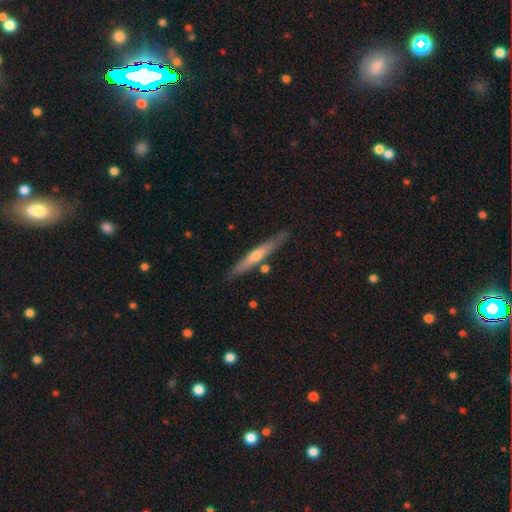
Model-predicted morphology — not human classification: Smooth or featured? featured or disk (58%)
Edge-on disk? yes (94%)
Edge-on bulge? rounded (68%)
Merging? none (85%)